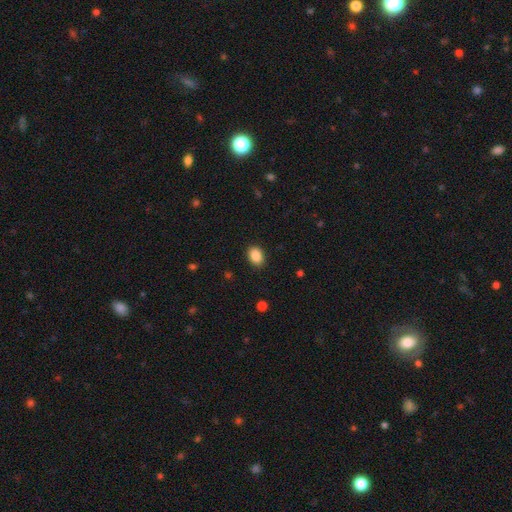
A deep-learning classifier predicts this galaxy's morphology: Overall: smooth (88%). How rounded: in between (72%). Merging: none (88%).